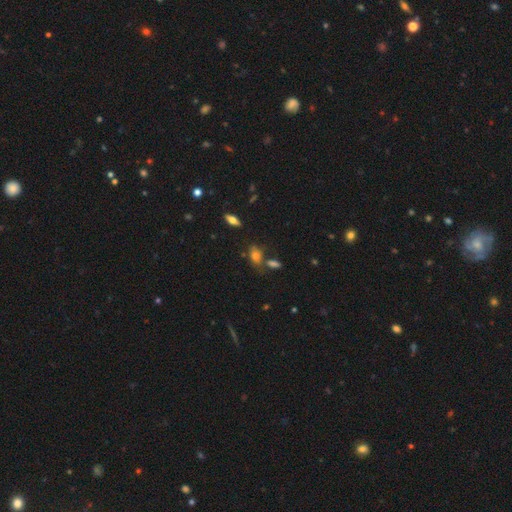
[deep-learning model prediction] This appears to be a smooth galaxy with no disk features (72%) that is in between round and cigar-shaped (83%). Merging: none (62%).